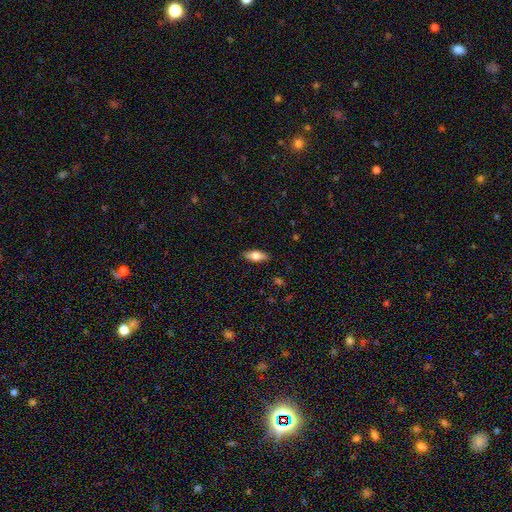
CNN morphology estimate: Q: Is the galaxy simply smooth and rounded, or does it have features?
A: smooth — 70%.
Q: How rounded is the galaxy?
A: in between — 76%.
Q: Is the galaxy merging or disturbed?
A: none — 87%.